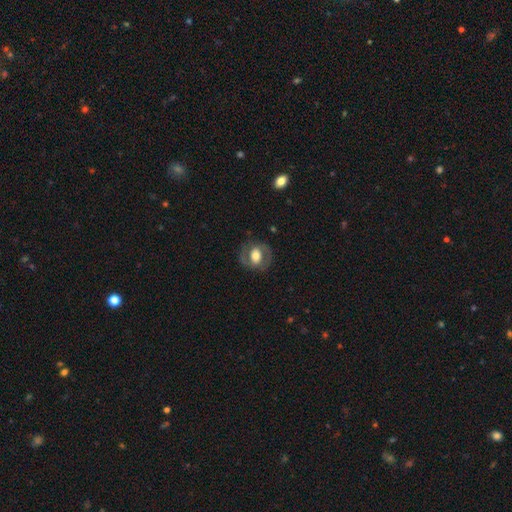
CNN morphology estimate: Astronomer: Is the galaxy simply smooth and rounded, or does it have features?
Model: featured or disk — 55% (runner-up: smooth, 38%).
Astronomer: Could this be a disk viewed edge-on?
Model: no — 95%.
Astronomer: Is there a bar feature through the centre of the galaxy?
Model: no — 48% (runner-up: weak, 33%).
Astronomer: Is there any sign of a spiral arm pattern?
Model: yes — 55% (runner-up: no, 45%).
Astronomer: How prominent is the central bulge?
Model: moderate — 52% (runner-up: large, 35%).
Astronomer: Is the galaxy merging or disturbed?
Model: none — 76%.